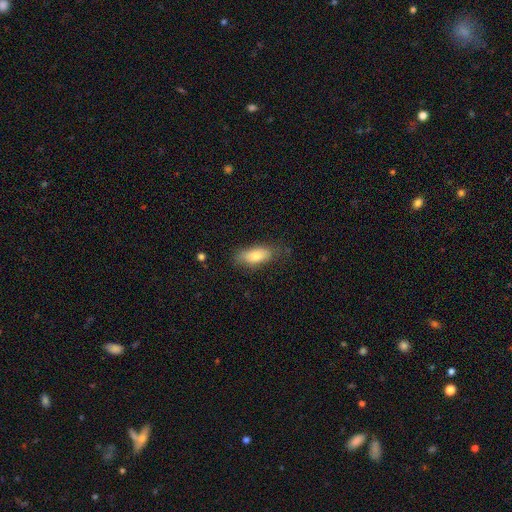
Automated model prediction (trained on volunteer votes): Smooth or featured? Predicted: smooth (p=0.79). How rounded? Predicted: in between (p=0.79). Merging? Predicted: none (p=0.73).